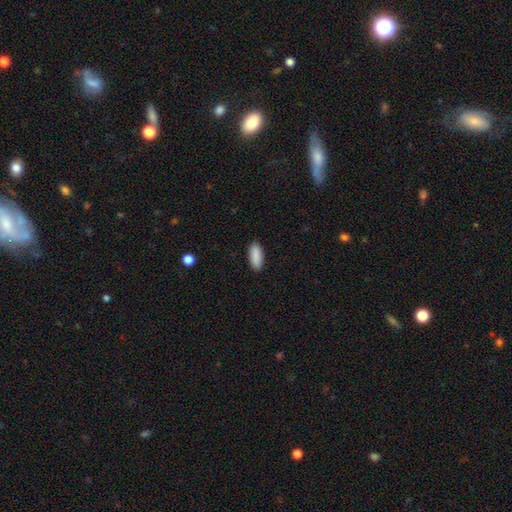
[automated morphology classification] This is clearly a smooth galaxy (90%). How rounded: likely in between (77%). Merging: clearly none (89%).